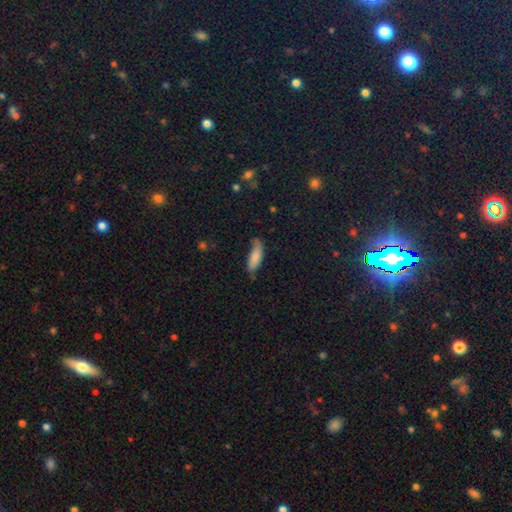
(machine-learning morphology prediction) type=smooth (80%); roundness=in between (58%); merging=none (56%).